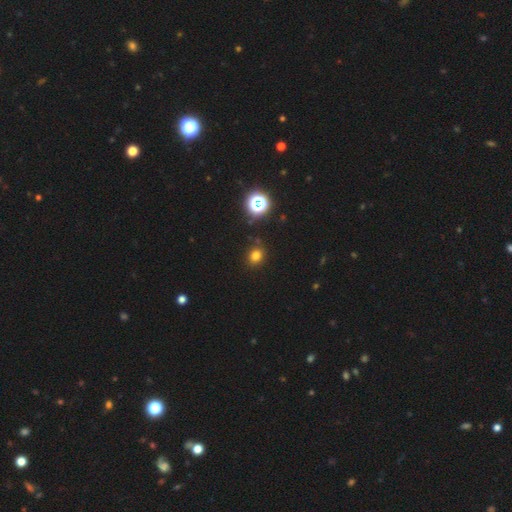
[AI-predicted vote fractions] smooth_or_featured: smooth (p=0.75) [alt: star or artifact p=0.19]
how_rounded: round (p=0.70) [alt: in between p=0.29]
merging: none (p=0.85) [alt: minor disturbance p=0.10]